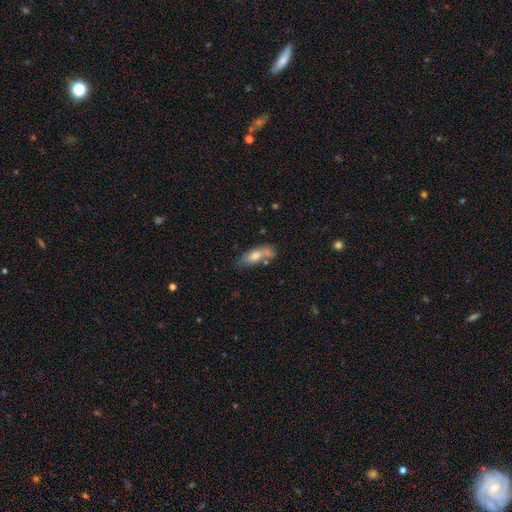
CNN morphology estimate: This appears to be a smooth galaxy with no disk features (64%) that is in between round and cigar-shaped (61%). Merging: none (58%).